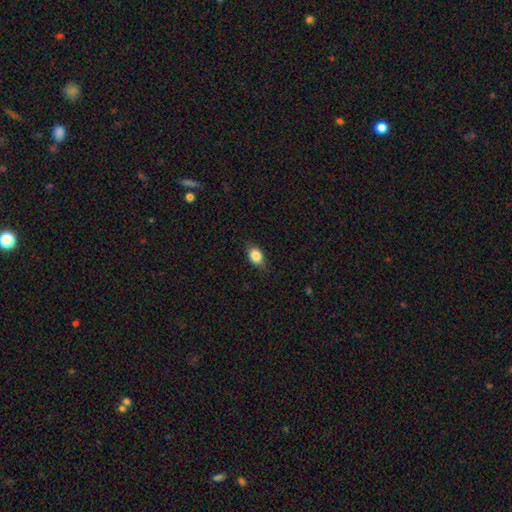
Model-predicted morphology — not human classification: This appears to be a smooth galaxy with no disk features (83%) that is in between round and cigar-shaped (68%). Merging: none (77%).